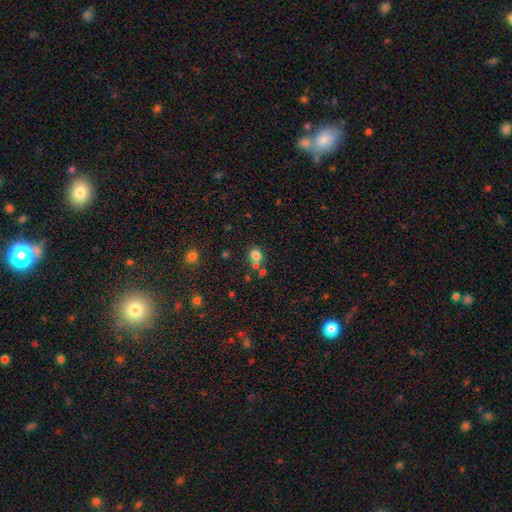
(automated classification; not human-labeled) Smooth or featured? smooth (79%)
How rounded? round (75%)
Merging? none (61%)